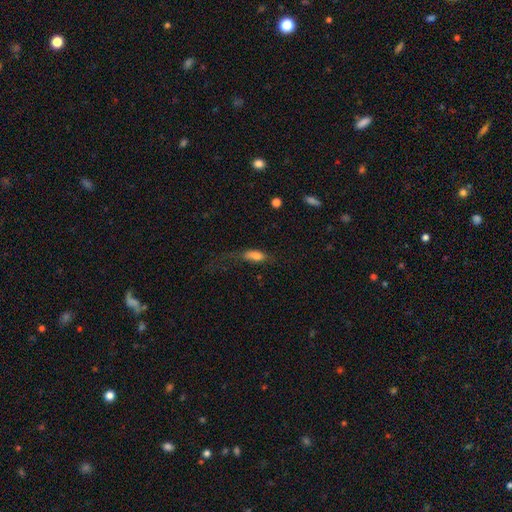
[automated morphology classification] Smooth or featured: smooth — 75% (featured or disk — 15%)
How rounded: in between — 71% (cigar-shaped — 25%)
Merging: major disturbance — 37% (none — 34%)